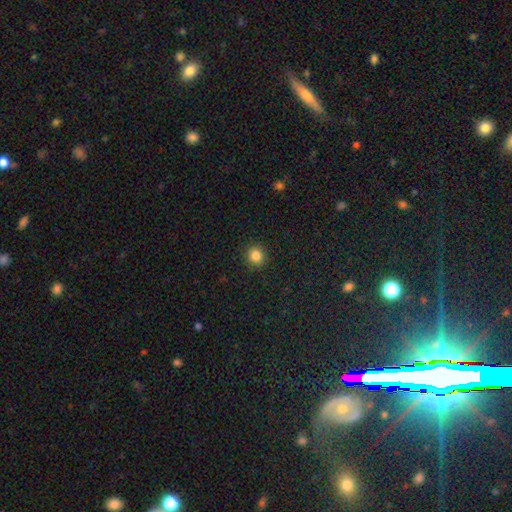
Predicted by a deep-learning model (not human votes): smooth_or_featured: smooth (p=0.84) [alt: star or artifact p=0.11]
how_rounded: round (p=0.91) [alt: in between p=0.08]
merging: none (p=0.91) [alt: minor disturbance p=0.06]